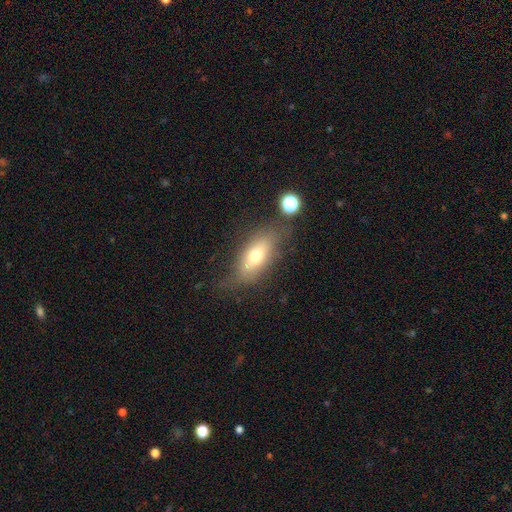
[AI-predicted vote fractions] The model was most divided on "smooth or featured": smooth: 61%, featured or disk: 29%, star or artifact: 10%. More confident: how rounded — in between (74%); merging — none (66%).